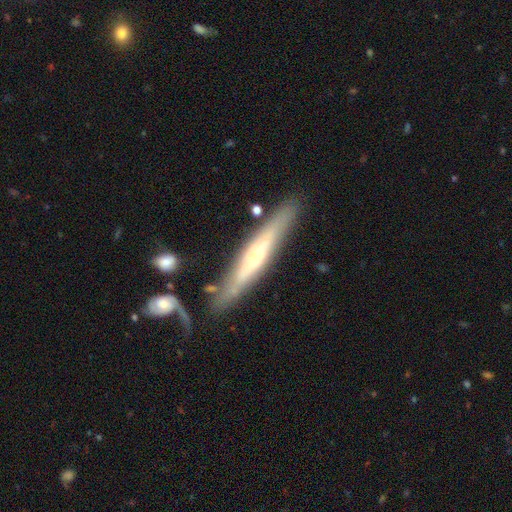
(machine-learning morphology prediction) smooth_or_featured: featured or disk (p=0.56) [alt: smooth p=0.38]
disk_edge_on: yes (p=0.84) [alt: no p=0.16]
merging: none (p=0.76) [alt: minor disturbance p=0.14]